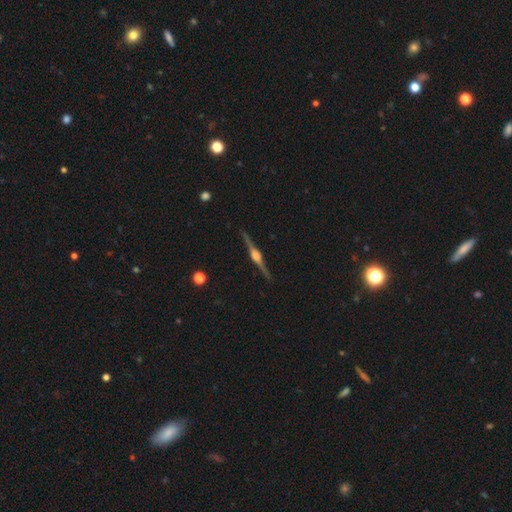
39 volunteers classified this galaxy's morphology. Smooth or featured? featured or disk (95%)
Edge-on disk? yes (100%)
Edge-on bulge? rounded (86%)
Merging? none (97%)